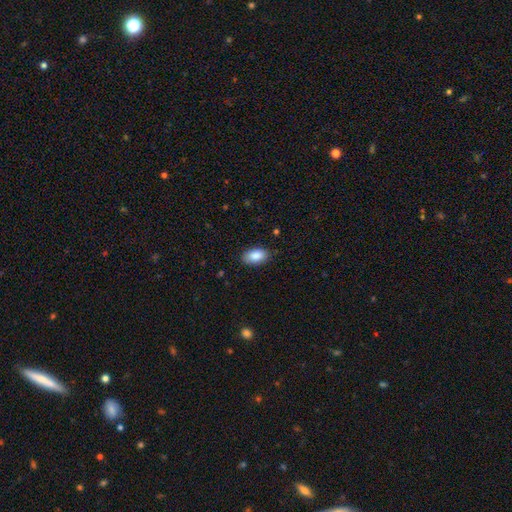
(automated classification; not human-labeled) Smooth or featured? smooth (87%)
How rounded? in between (93%)
Merging? none (85%)